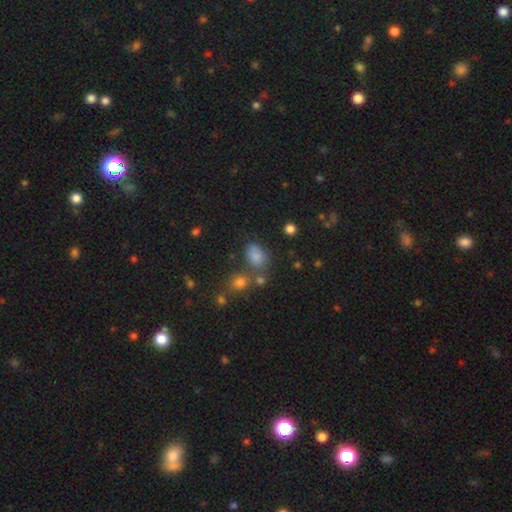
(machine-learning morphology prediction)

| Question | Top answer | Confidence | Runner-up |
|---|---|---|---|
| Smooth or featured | smooth | 77% | star or artifact (15%) |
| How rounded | in between | 77% | round (22%) |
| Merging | none | 51% | minor disturbance (20%) |